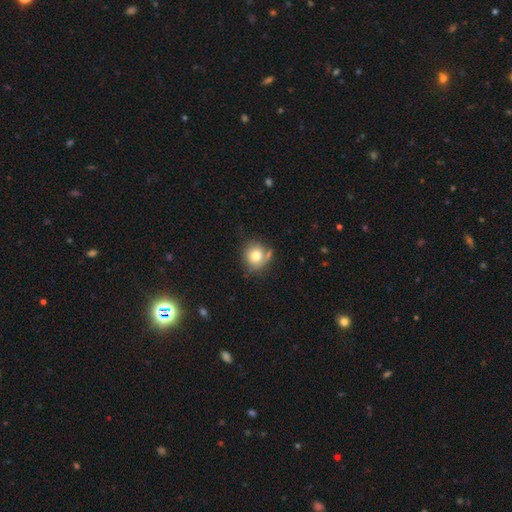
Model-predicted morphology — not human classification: A smooth galaxy with no disk features (76%) that is round (87%).

Vote fractions:
- Smooth or featured? smooth: 76% / featured or disk: 13% / star or artifact: 10%
- How rounded? round: 87% / in between: 12% / cigar-shaped: 1%
- Merging? none: 65% / minor disturbance: 18% / merger: 12% / major disturbance: 6%